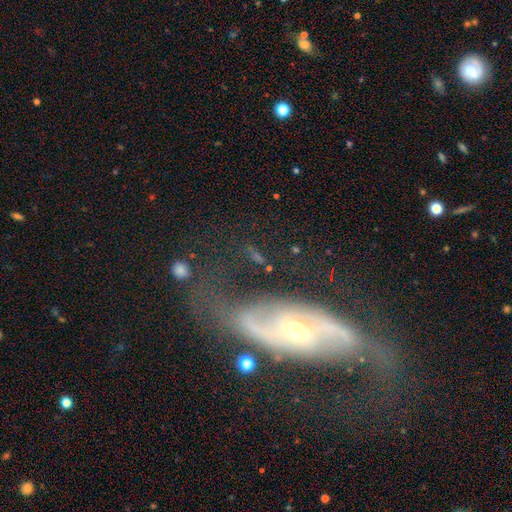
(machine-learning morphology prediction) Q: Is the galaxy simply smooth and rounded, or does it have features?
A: featured or disk — 60%.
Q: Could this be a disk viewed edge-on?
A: no — 81%.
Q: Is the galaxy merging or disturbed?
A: none — 57%.